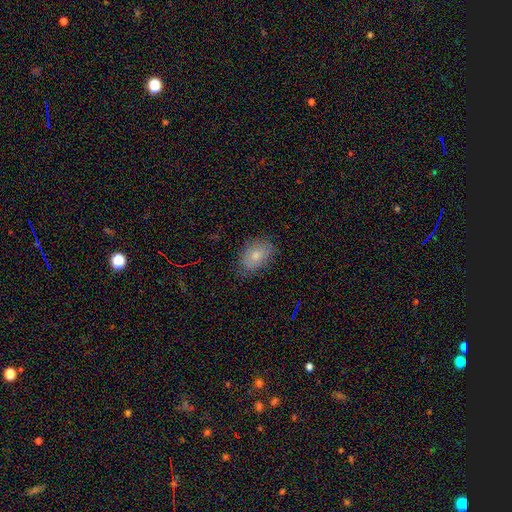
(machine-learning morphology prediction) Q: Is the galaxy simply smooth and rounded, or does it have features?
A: smooth — 73%.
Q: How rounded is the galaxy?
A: in between — 85%.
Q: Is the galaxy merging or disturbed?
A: none — 73%.